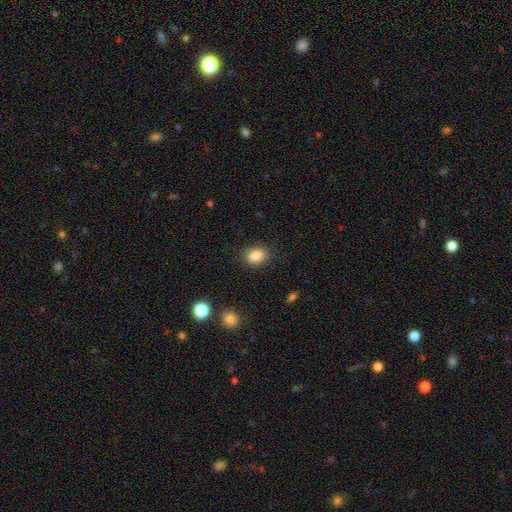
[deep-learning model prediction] Morphology: type=smooth (86%); roundness=in between (72%); merging=none (84%).